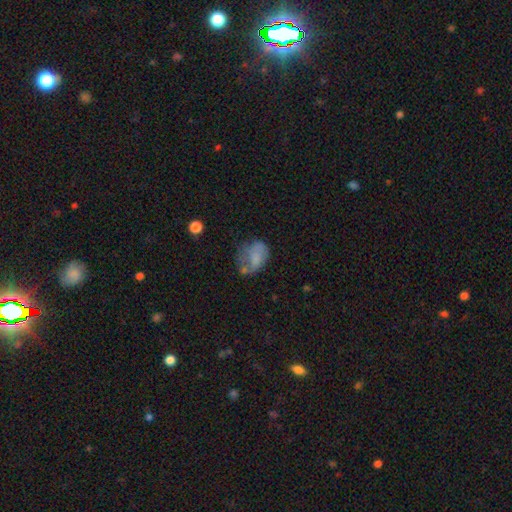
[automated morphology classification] Q: Smooth or featured?
A: smooth (61%); runner-up: featured or disk (29%)
Q: How rounded?
A: in between (73%); runner-up: round (25%)
Q: Merging?
A: none (32%); tied with: minor disturbance (32%)